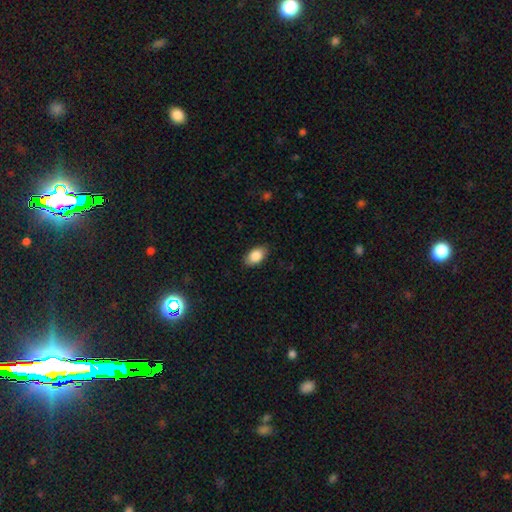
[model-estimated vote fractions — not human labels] A smooth galaxy with no disk features (87%) that is in between round and cigar-shaped (92%). Merging: none (86%).